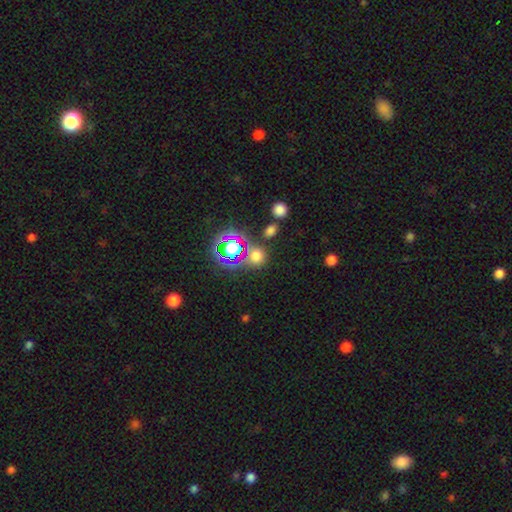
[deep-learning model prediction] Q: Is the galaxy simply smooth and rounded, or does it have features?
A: smooth — 58%.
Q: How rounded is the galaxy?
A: round — 81%.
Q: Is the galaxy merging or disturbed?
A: none — 71%.